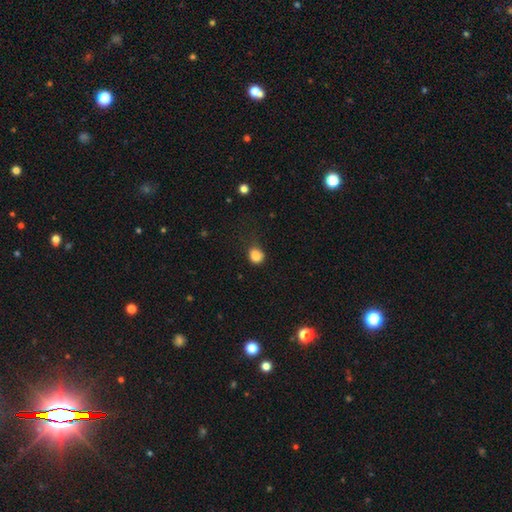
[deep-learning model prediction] Smooth or featured? Predicted: smooth (p=0.84). How rounded? Predicted: round (p=0.69). Merging? Predicted: none (p=0.57).